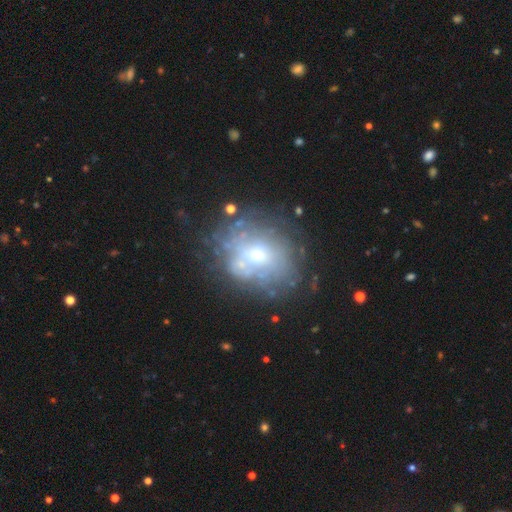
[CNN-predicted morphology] Overall: featured or disk (55%; smooth 31%). Edge-on disk: no (96%). Bar: no (84%). Spiral arms: no (70%). Bulge size: small (59%; moderate 32%). Merging: none (57%; minor disturbance 20%).